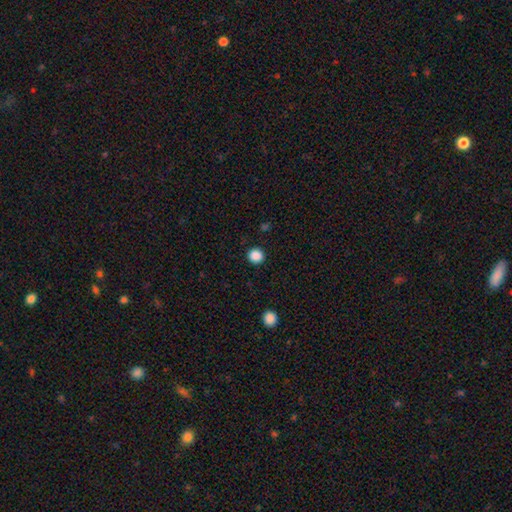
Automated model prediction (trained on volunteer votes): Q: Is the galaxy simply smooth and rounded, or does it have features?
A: smooth — 87%.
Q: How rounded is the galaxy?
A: round — 91%.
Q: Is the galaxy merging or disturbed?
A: none — 92%.